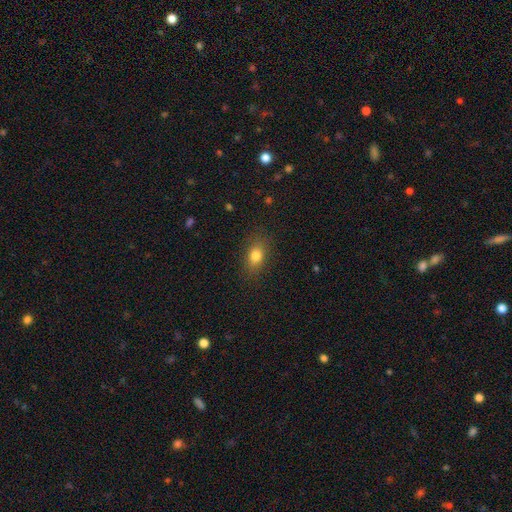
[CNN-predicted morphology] Q: Smooth or featured?
A: smooth (80%); runner-up: star or artifact (10%)
Q: How rounded?
A: in between (77%); runner-up: round (19%)
Q: Merging?
A: none (84%); runner-up: minor disturbance (12%)